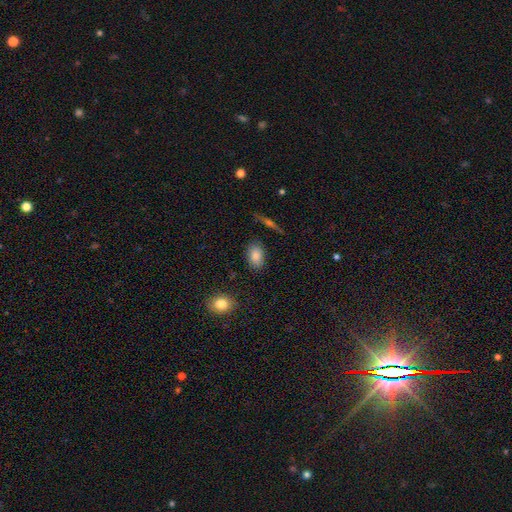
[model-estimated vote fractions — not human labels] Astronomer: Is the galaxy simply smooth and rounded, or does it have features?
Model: smooth — 85%.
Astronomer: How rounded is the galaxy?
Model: in between — 86%.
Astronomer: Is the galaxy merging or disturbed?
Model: none — 84%.